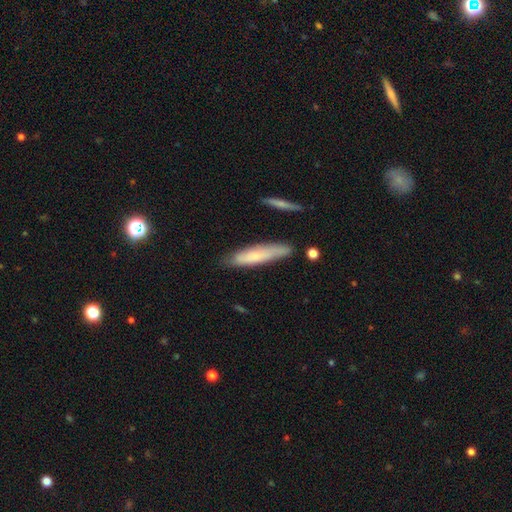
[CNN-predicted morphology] Smooth or featured: smooth — 68% (featured or disk — 26%)
How rounded: cigar-shaped — 83% (in between — 16%)
Merging: none — 75% (minor disturbance — 19%)